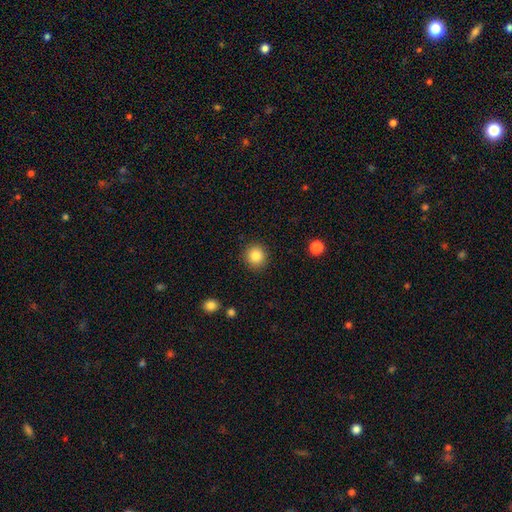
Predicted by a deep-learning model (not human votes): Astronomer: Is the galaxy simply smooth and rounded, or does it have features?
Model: smooth — 85%.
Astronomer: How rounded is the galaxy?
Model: round — 92%.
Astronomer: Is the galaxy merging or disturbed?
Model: none — 91%.